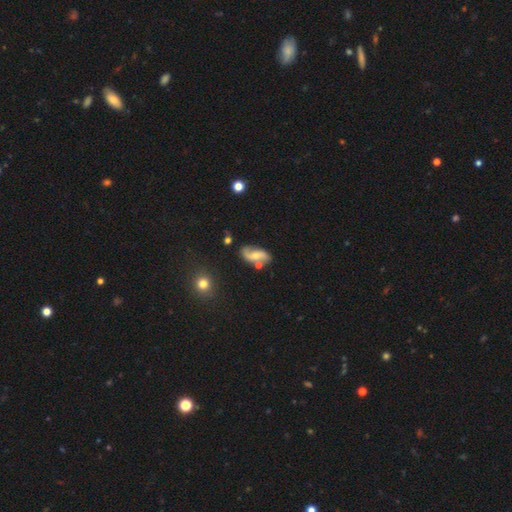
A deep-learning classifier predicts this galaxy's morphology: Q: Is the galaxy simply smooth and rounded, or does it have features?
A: featured or disk — 75%.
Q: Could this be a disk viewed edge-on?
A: no — 96%.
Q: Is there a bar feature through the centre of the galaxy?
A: no — 50%.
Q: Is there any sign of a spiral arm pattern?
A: yes — 92%.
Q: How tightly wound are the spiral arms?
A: loose — 65%.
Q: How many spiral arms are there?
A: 2 — 91%.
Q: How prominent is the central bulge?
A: small — 47%.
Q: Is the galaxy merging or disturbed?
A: none — 66%.